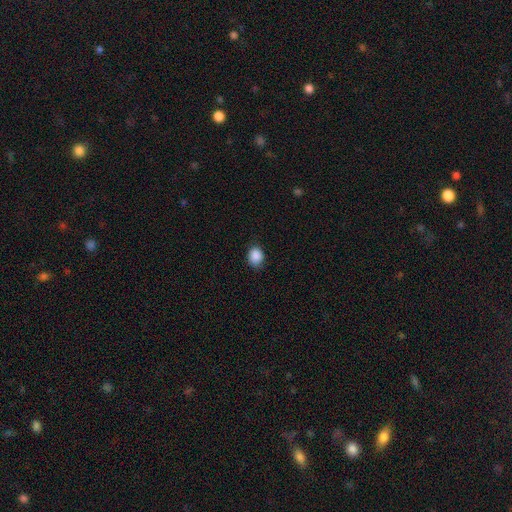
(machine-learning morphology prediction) Overall: smooth (89%). How rounded: round (55%; in between 45%). Merging: none (83%).